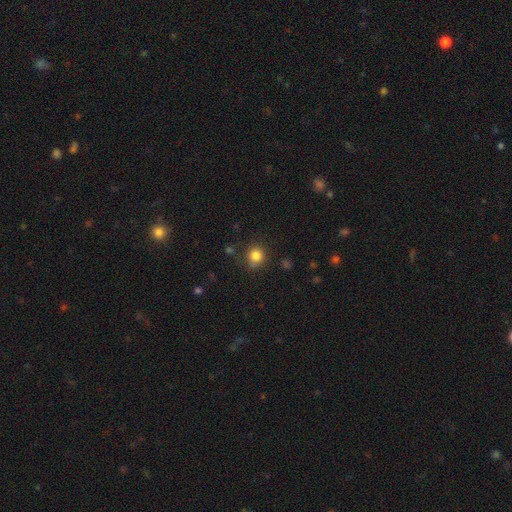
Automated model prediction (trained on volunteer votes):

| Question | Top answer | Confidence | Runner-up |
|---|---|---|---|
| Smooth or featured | smooth | 83% | star or artifact (12%) |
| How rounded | round | 87% | in between (12%) |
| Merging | none | 79% | minor disturbance (14%) |